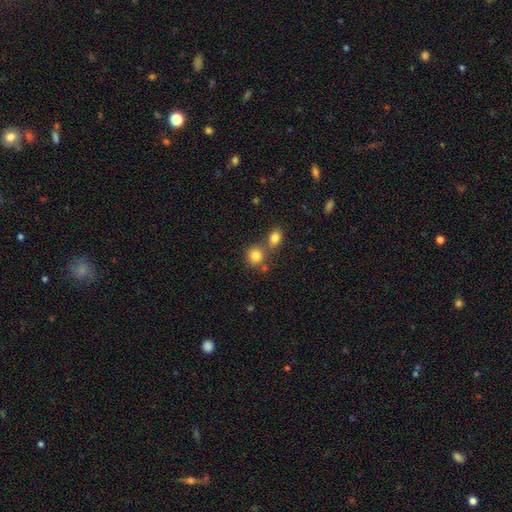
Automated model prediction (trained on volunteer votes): The model was most divided on "merging": none: 56%, merger: 33%, minor disturbance: 9%, major disturbance: 3%. More confident: how rounded — round (83%); smooth or featured — smooth (81%).